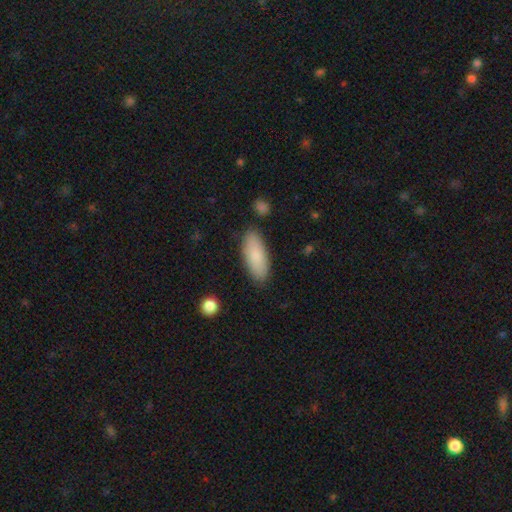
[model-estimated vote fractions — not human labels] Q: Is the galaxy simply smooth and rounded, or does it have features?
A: smooth — 85%.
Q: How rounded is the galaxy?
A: in between — 78%.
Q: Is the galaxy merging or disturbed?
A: none — 85%.